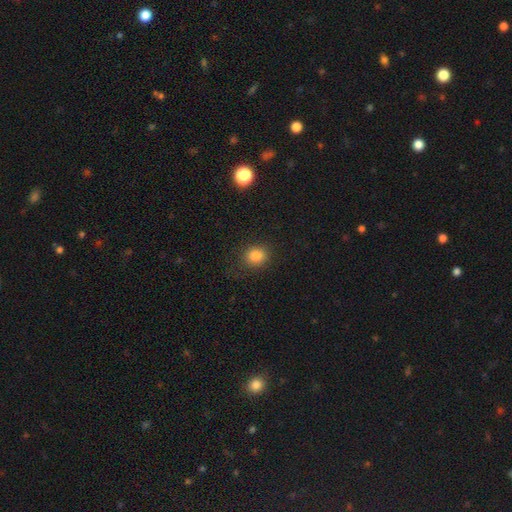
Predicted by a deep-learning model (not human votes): Smooth or featured: smooth — 83% (star or artifact — 12%)
How rounded: round — 72% (in between — 27%)
Merging: none — 83% (minor disturbance — 11%)